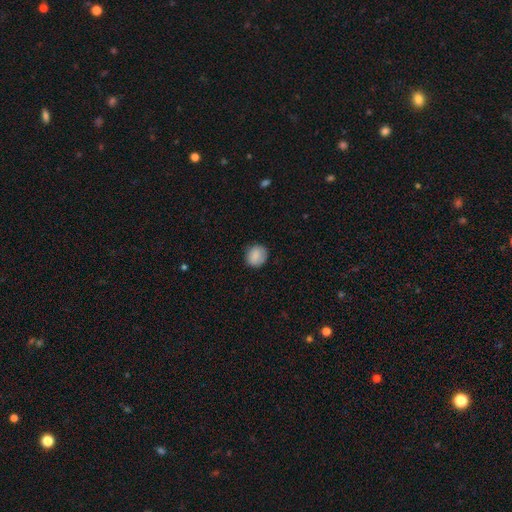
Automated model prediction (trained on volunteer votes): This appears to be a smooth galaxy with no disk features (87%) that is round (79%). Merging: none (82%).